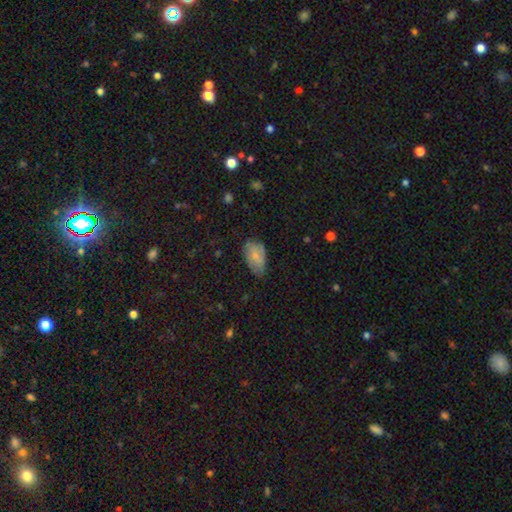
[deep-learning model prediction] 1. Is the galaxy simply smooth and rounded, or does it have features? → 70% smooth, 22% featured or disk, 8% star or artifact.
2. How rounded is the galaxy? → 93% in between, 5% round, 2% cigar-shaped.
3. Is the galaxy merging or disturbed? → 60% none, 31% minor disturbance, 7% major disturbance, 2% merger.